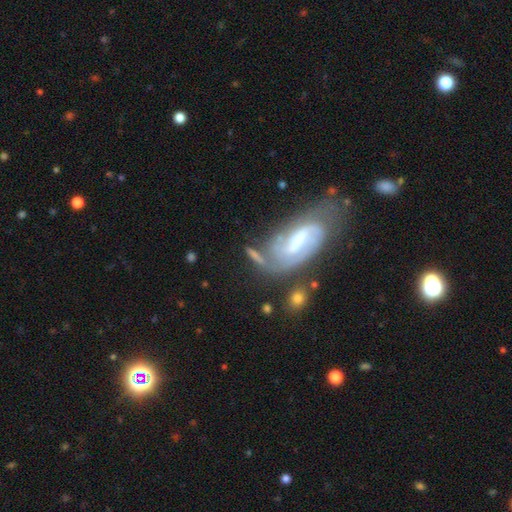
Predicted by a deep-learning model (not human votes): smooth_or_featured: featured or disk (p=0.63) [alt: smooth p=0.27]
disk_edge_on: no (p=0.84) [alt: yes p=0.16]
bar: weak (p=0.39) [alt: strong p=0.32]
has_spiral_arms: yes (p=0.78) [alt: no p=0.22]
bulge_size: moderate (p=0.37) [alt: small p=0.23]
merging: none (p=0.45) [alt: minor disturbance p=0.20]